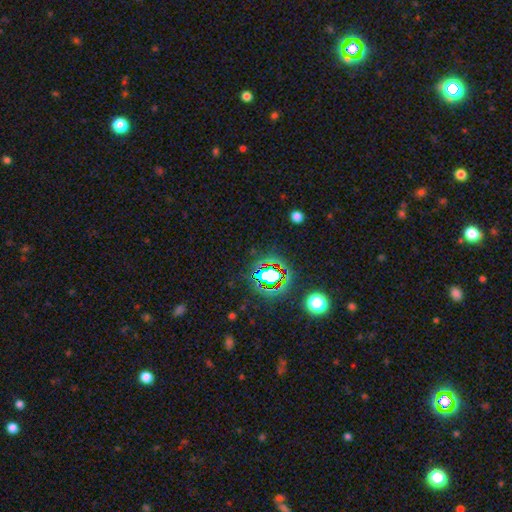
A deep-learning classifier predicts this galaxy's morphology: Overall: star or artifact (77%).